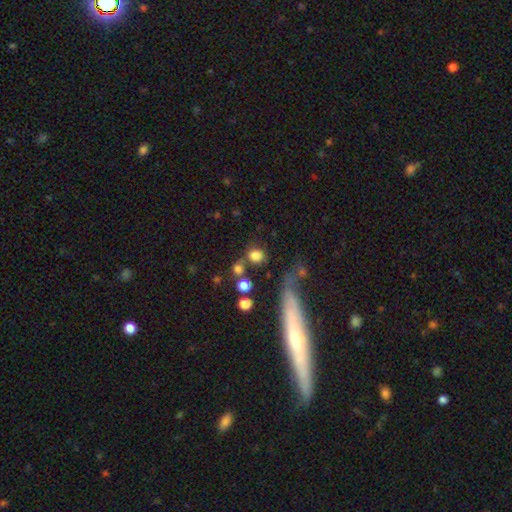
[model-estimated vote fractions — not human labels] This appears to be a smooth galaxy with no disk features (80%) that is round (76%). Merging: none (63%).